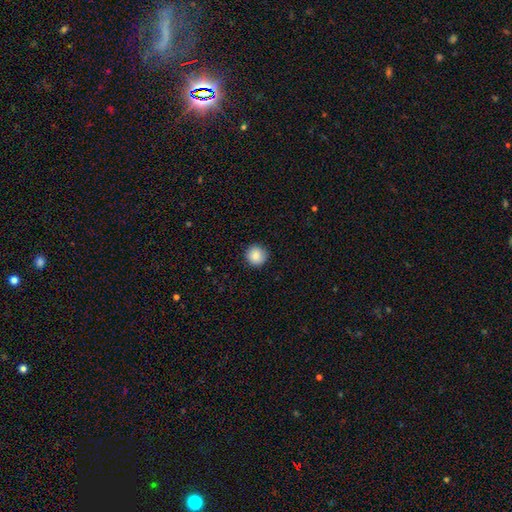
smooth-or-featured: smooth: 98% | star or artifact: 2% | featured or disk: 0%
  how-rounded: round: 92% | in between: 8% | cigar-shaped: 0%
  merging: none: 79% | minor disturbance: 15% | major disturbance: 5% | merger: 0%